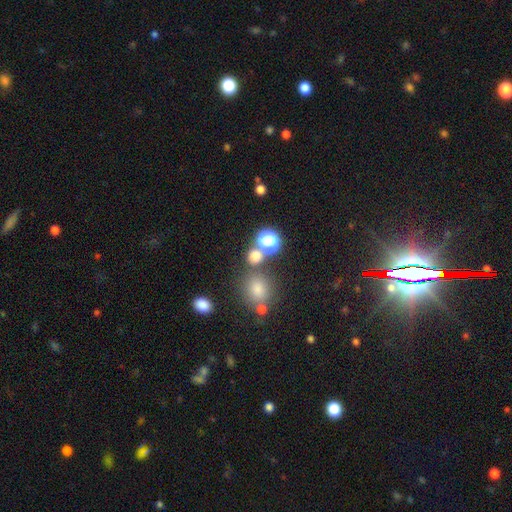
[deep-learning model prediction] Q: Smooth or featured?
A: smooth (69%); runner-up: star or artifact (24%)
Q: How rounded?
A: round (81%); runner-up: in between (18%)
Q: Merging?
A: none (66%); runner-up: merger (21%)